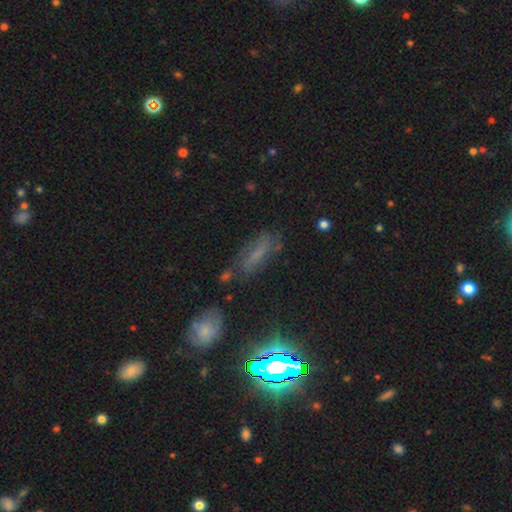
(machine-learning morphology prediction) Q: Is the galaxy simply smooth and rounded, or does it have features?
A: smooth — 43%.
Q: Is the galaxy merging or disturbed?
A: none — 60%.